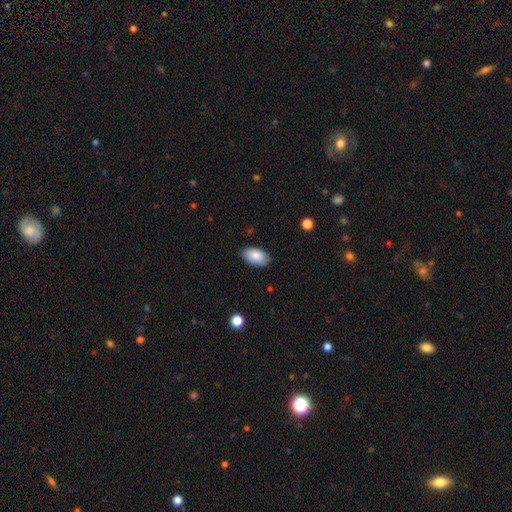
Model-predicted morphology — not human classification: A smooth galaxy with no disk features (86%) that is in between round and cigar-shaped (95%).

Vote fractions:
- Smooth or featured? smooth: 86% / featured or disk: 8% / star or artifact: 6%
- How rounded? in between: 95% / round: 3% / cigar-shaped: 1%
- Merging? none: 85% / minor disturbance: 12% / major disturbance: 2% / merger: 1%